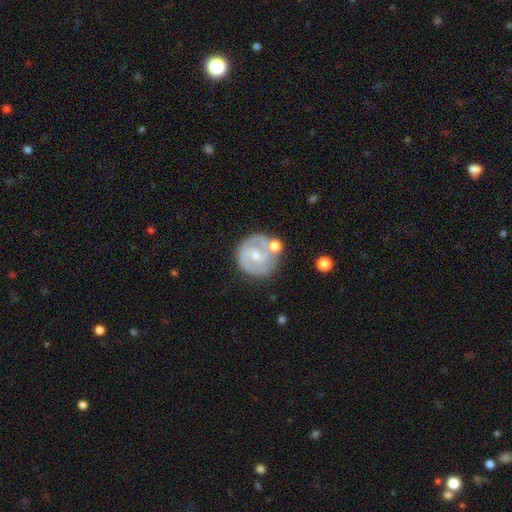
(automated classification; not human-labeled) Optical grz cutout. It shows a featured or disk galaxy (76%) with no bar (49%), 2 (67%) tight (55%) spiral arms (92%) and a small central bulge (48%). Merging: none (67%).